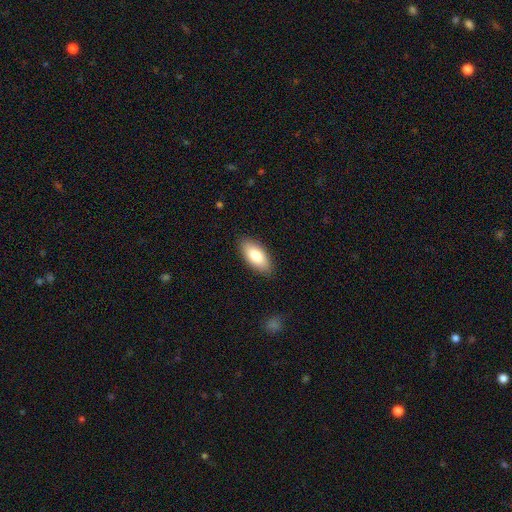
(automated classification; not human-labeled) Morphology: type=smooth (81%); roundness=in between (89%); merging=none (88%).